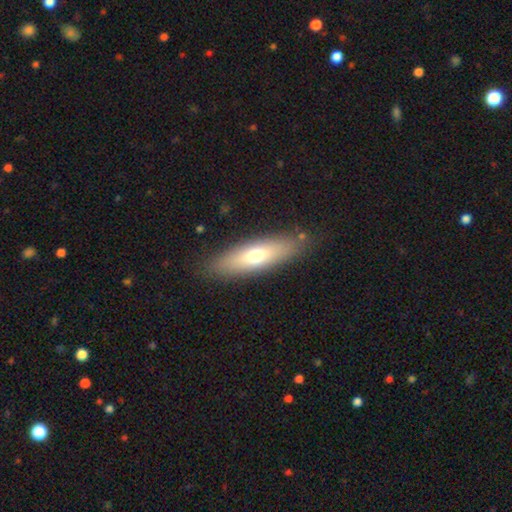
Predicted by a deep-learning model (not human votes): smooth 62%, featured or disk 31%, star or artifact 7%. Down the decision tree: how rounded — cigar-shaped (55%); merging — none (86%).